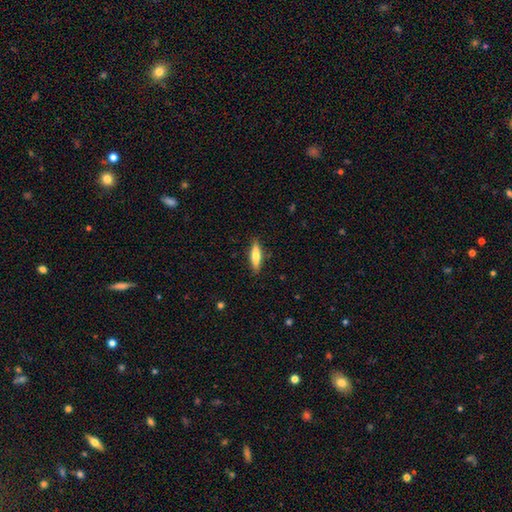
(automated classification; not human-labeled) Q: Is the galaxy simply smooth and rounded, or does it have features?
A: smooth — 66%.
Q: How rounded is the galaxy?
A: cigar-shaped — 69%.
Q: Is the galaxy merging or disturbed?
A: none — 88%.